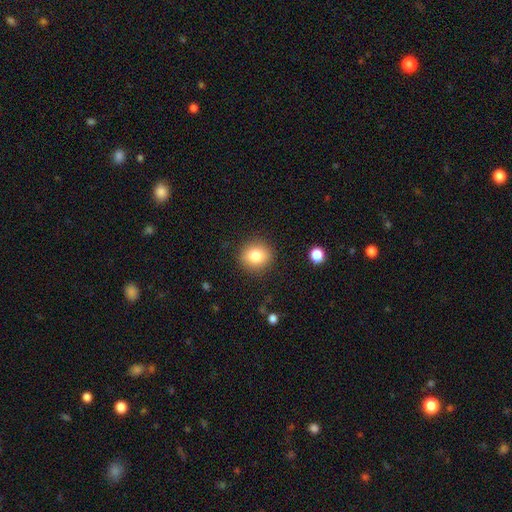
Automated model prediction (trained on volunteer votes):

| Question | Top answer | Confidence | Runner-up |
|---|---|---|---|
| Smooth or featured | smooth | 83% | star or artifact (10%) |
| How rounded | round | 84% | in between (15%) |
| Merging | none | 89% | minor disturbance (7%) |